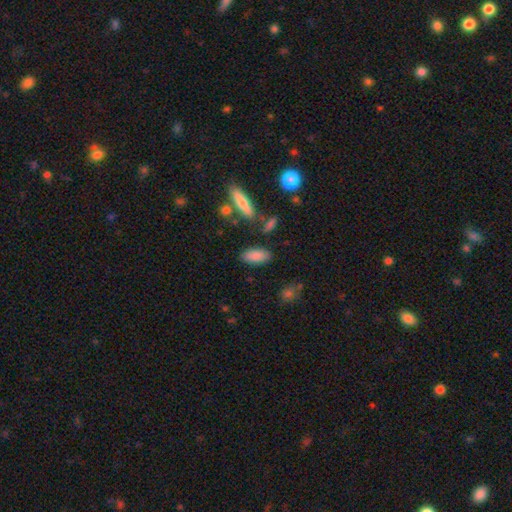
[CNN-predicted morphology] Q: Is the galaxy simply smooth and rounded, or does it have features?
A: smooth — 85%.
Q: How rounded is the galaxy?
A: in between — 87%.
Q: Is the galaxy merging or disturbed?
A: none — 80%.